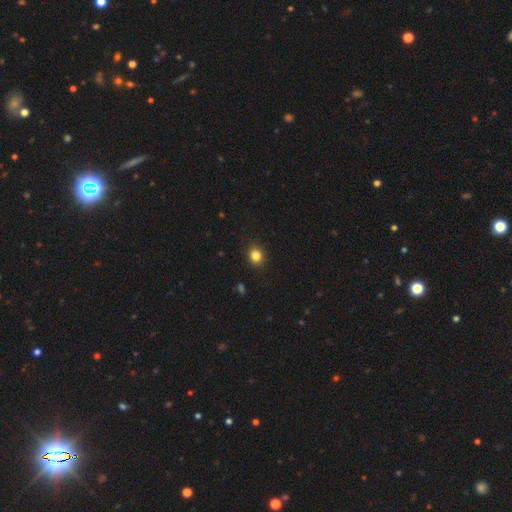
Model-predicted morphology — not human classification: smooth-or-featured: smooth: 84% | star or artifact: 12% | featured or disk: 5%
  how-rounded: round: 74% | in between: 25% | cigar-shaped: 1%
  merging: none: 91% | minor disturbance: 7% | major disturbance: 2% | merger: 1%